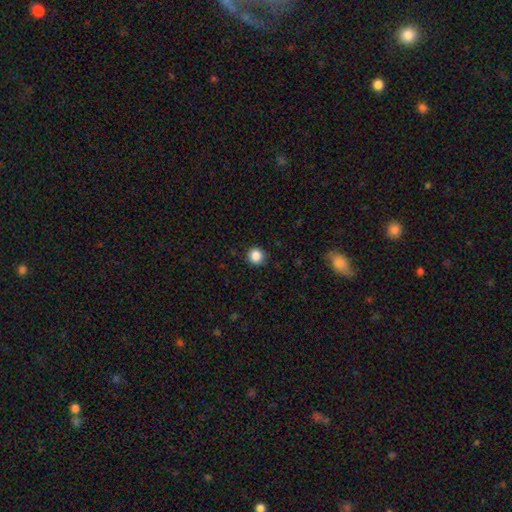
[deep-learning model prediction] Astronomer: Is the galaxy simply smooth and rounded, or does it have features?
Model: smooth — 87%.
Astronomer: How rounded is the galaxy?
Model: round — 94%.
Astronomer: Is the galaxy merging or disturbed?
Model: none — 90%.